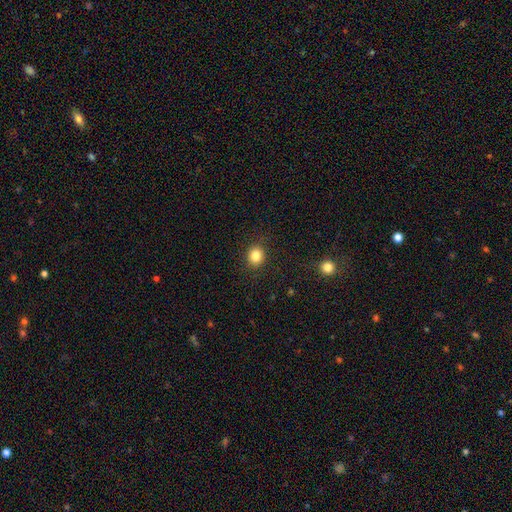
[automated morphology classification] smooth-or-featured: smooth: 84% | star or artifact: 11% | featured or disk: 5%
  how-rounded: round: 74% | in between: 25% | cigar-shaped: 1%
  merging: none: 89% | minor disturbance: 8% | major disturbance: 3% | merger: 1%